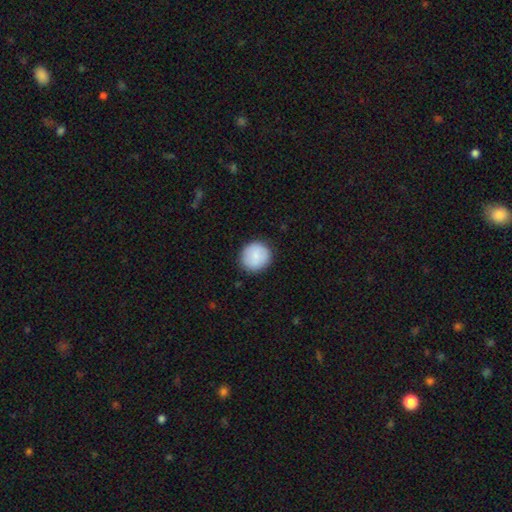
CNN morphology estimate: Smooth or featured?
  - smooth: 87% *
  - featured or disk: 7%
  - star or artifact: 6%
How rounded?
  - round: 92% *
  - in between: 7%
  - cigar-shaped: 1%
Merging?
  - none: 89% *
  - minor disturbance: 8%
  - major disturbance: 2%
  - merger: 1%